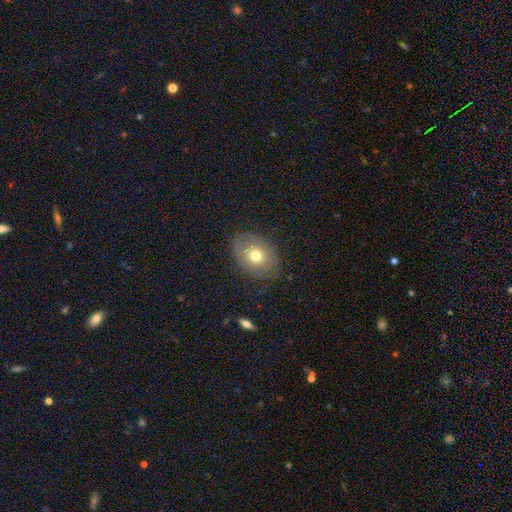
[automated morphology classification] Smooth or featured? Predicted: smooth (p=0.68). How rounded? Predicted: in between (p=0.59). Merging? Predicted: none (p=0.76).